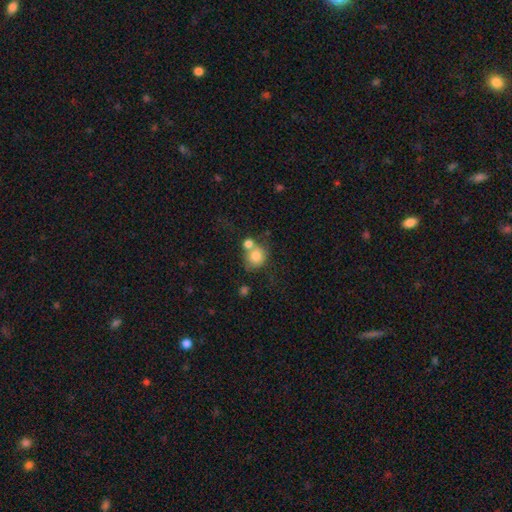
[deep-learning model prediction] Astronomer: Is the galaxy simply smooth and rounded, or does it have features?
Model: smooth — 78%.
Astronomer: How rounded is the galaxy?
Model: round — 74%.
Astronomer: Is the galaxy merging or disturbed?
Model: merger — 41% (runner-up: none, 39%).